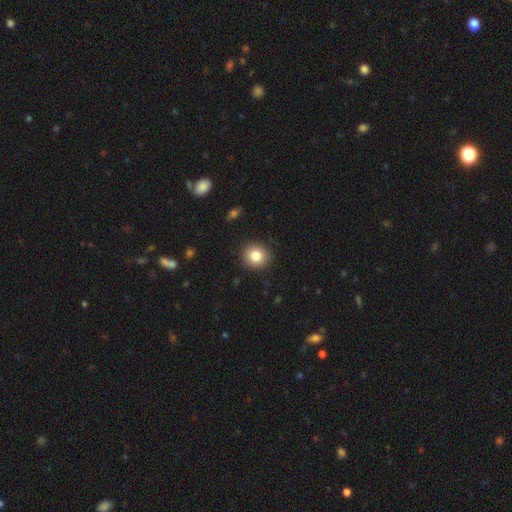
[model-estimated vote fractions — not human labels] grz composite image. It shows a smooth galaxy with no disk features (83%) that is round (85%). Merging: none (90%).